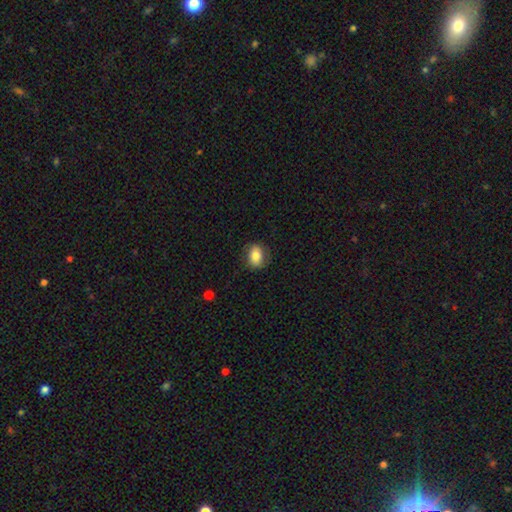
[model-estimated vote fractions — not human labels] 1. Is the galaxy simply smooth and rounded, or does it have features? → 80% smooth, 12% featured or disk, 8% star or artifact.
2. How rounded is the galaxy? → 70% in between, 29% round, 1% cigar-shaped.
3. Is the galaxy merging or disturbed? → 82% none, 14% minor disturbance, 4% major disturbance, 1% merger.